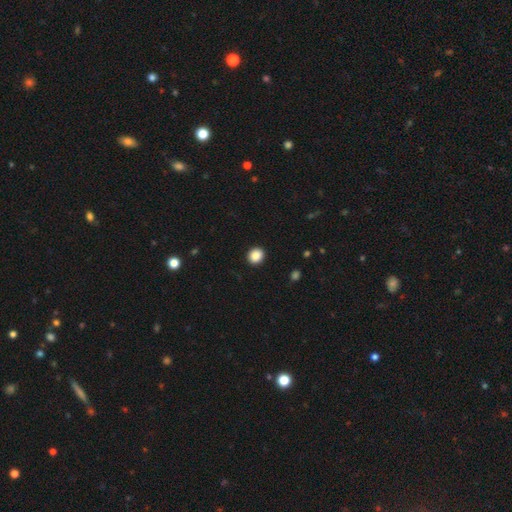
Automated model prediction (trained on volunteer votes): smooth 88%, star or artifact 9%, featured or disk 3%. Down the decision tree: how rounded — round (81%); merging — none (92%).